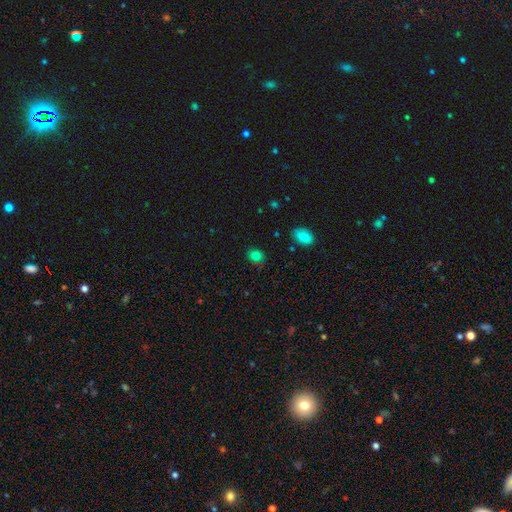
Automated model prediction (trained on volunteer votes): Morphology: type=smooth (81%); roundness=round (63%); merging=none (81%).